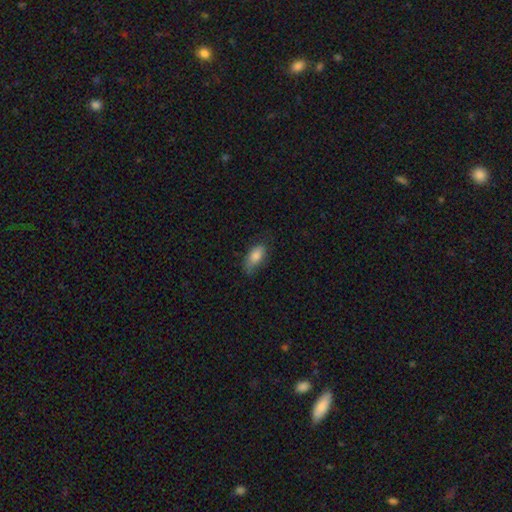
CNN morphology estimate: Smooth or featured? Predicted: smooth (p=0.81). How rounded? Predicted: in between (p=0.88). Merging? Predicted: none (p=0.58).